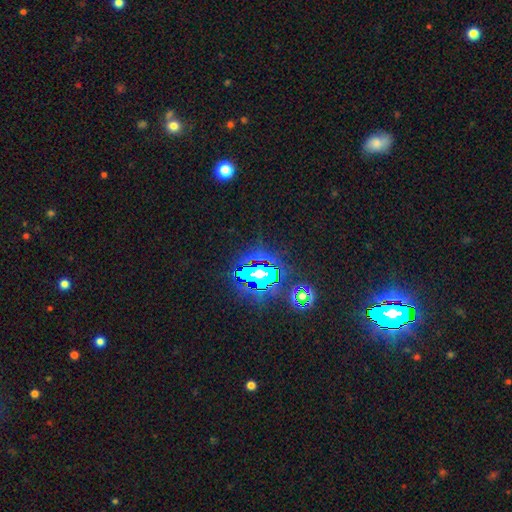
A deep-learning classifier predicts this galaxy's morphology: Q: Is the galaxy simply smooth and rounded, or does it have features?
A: star or artifact — 84%.